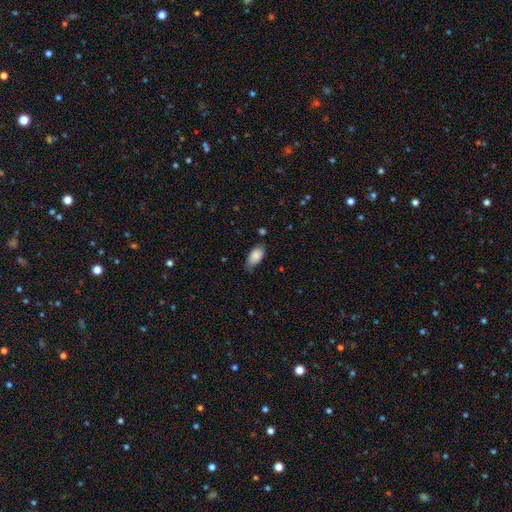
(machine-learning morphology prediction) The model was most divided on "merging": none: 65%, minor disturbance: 28%, major disturbance: 5%, merger: 2%. More confident: how rounded — in between (94%); smooth or featured — smooth (86%).